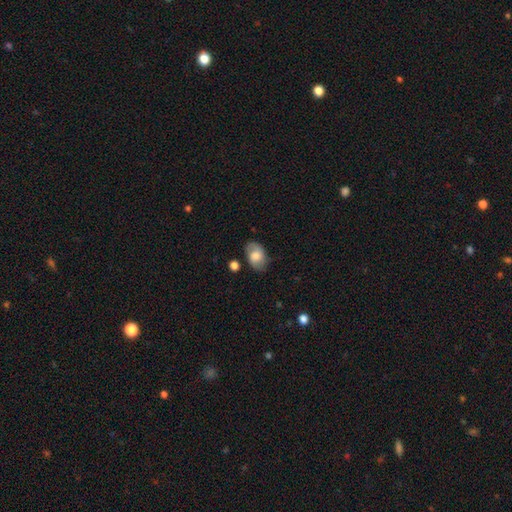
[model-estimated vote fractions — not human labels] Q: Smooth or featured?
A: smooth (60%); runner-up: featured or disk (33%)
Q: How rounded?
A: in between (85%); runner-up: round (14%)
Q: Merging?
A: none (71%); runner-up: minor disturbance (20%)